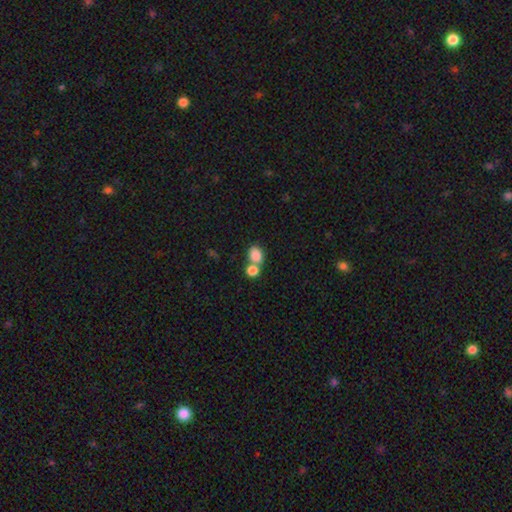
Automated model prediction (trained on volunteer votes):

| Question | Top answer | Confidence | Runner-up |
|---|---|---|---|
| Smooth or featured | smooth | 84% | star or artifact (9%) |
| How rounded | in between | 57% | round (42%) |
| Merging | merger | 46% | none (41%) |